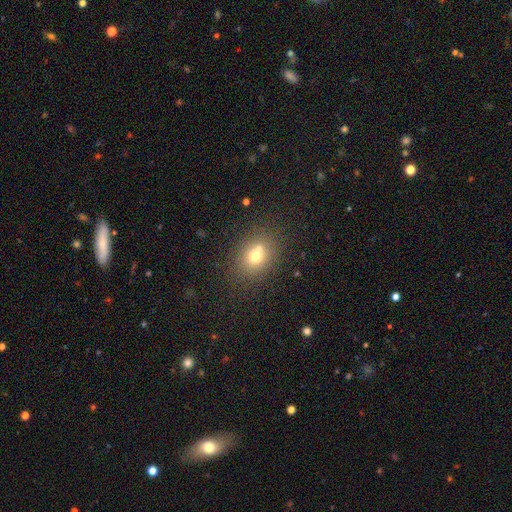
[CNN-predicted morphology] Overall: smooth (68%). How rounded: round (53%; in between 46%). Merging: none (57%; merger 29%).